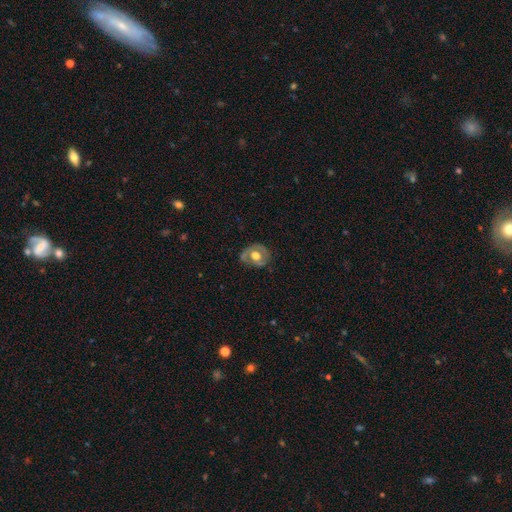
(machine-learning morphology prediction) Smooth or featured?
  - featured or disk: 53% *
  - smooth: 40%
  - star or artifact: 7%
Edge-on disk?
  - no: 95% *
  - yes: 5%
Bar?
  - no: 79% *
  - weak: 16%
  - strong: 4%
Spiral arms?
  - no: 67% *
  - yes: 33%
Bulge size?
  - moderate: 55% *
  - large: 38%
  - small: 3%
  - dominant: 2%
  - none: 1%
Merging?
  - none: 69% *
  - minor disturbance: 22%
  - major disturbance: 8%
  - merger: 1%